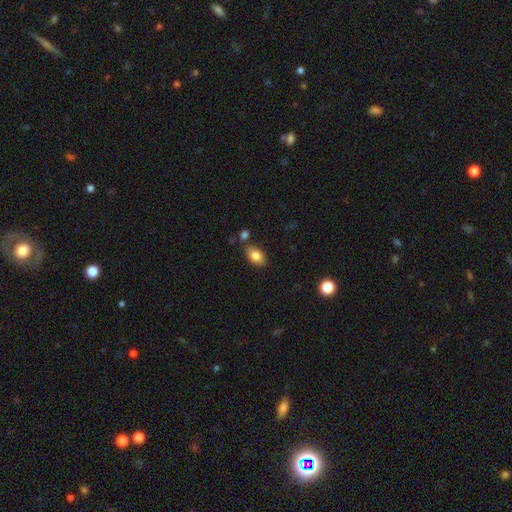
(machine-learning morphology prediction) smooth_or_featured: smooth (p=0.83) [alt: featured or disk p=0.09]
how_rounded: in between (p=0.89) [alt: round p=0.10]
merging: none (p=0.74) [alt: minor disturbance p=0.13]